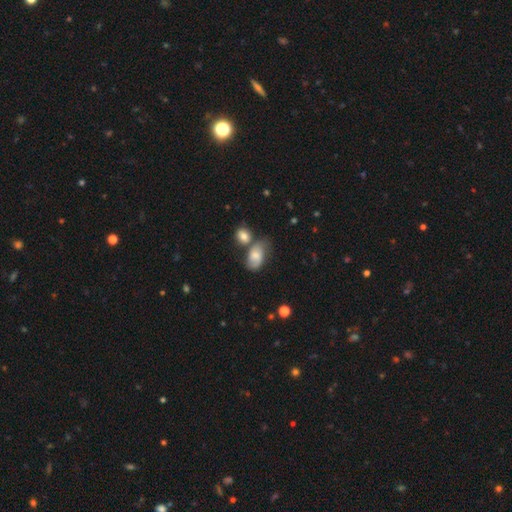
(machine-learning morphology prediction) Q: Smooth or featured?
A: smooth (60%); runner-up: featured or disk (31%)
Q: How rounded?
A: in between (87%); runner-up: round (11%)
Q: Merging?
A: none (42%); runner-up: merger (26%)